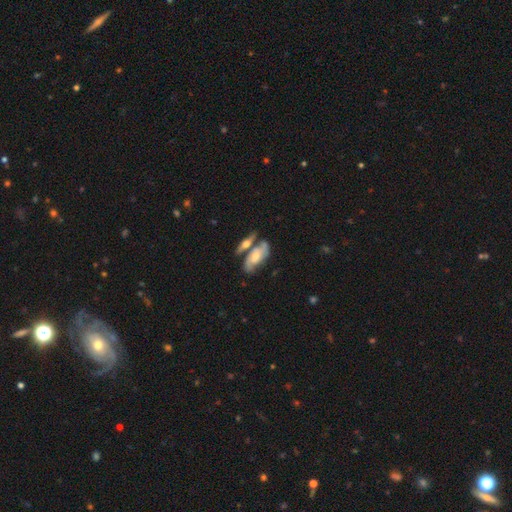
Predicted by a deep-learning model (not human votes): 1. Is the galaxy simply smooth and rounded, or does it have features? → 61% featured or disk, 33% smooth, 6% star or artifact.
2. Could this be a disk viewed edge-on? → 85% no, 15% yes.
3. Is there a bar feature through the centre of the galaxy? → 63% no, 29% weak, 8% strong.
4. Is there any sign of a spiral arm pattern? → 84% yes, 16% no.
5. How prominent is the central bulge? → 47% moderate, 35% small, 11% large, 6% none, 2% dominant.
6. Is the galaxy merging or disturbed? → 43% none, 36% merger, 15% minor disturbance, 7% major disturbance.